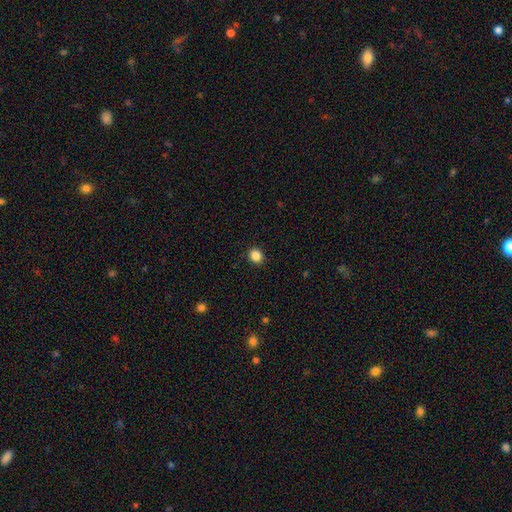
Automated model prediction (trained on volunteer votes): Overall: smooth (87%). How rounded: round (68%; in between 31%). Merging: none (91%).